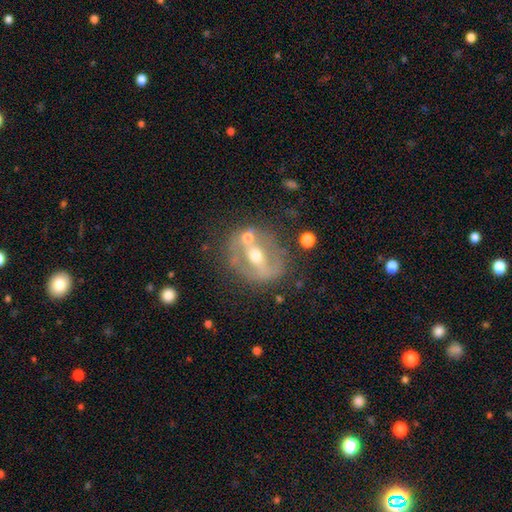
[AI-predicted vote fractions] This is likely a featured or disk galaxy (71%). It is clearly not viewed edge-on (92%). Bar: possibly strong (47%). Spiral arm pattern: likely no (69%). Central bulge: likely moderate (69%). Merging: likely none (62%).